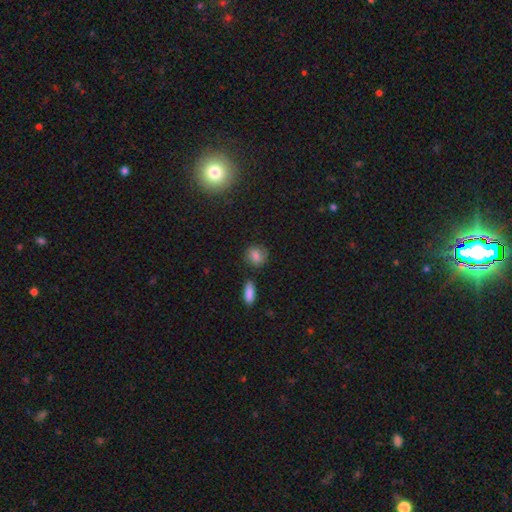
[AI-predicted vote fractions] smooth_or_featured: smooth (p=0.82) [alt: star or artifact p=0.10]
how_rounded: round (p=0.71) [alt: in between p=0.27]
merging: none (p=0.79) [alt: minor disturbance p=0.14]